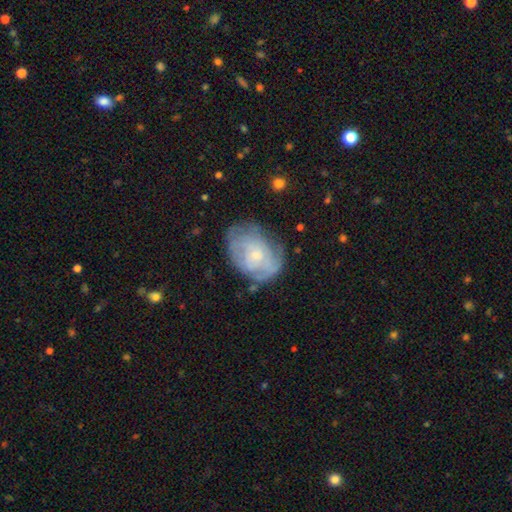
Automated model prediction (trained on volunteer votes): Smooth or featured: featured or disk — 57% (smooth — 35%)
Edge-on disk: no — 97% (yes — 3%)
Bar: no — 79% (weak — 18%)
Spiral arms: yes — 60% (no — 40%)
Bulge size: small — 57% (moderate — 33%)
Merging: none — 59% (minor disturbance — 26%)